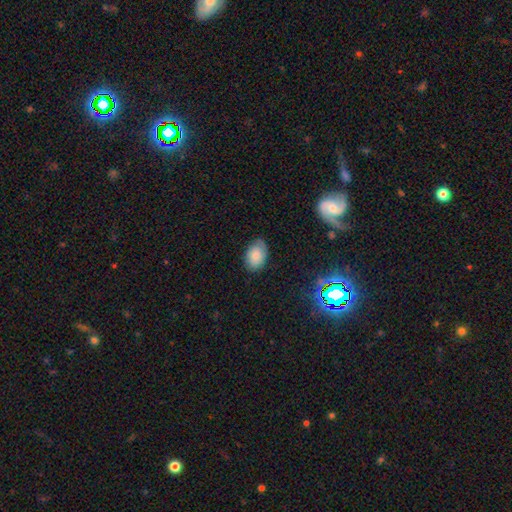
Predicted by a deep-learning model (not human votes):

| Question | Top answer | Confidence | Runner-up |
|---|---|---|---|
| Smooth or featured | smooth | 80% | featured or disk (12%) |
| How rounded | in between | 87% | round (12%) |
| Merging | none | 76% | minor disturbance (19%) |